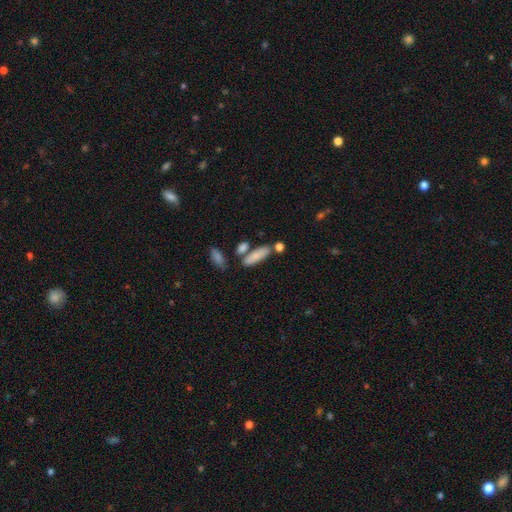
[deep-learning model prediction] The model was most divided on "how rounded": in between: 53%, cigar-shaped: 45%, round: 3%. More confident: smooth or featured — smooth (81%); merging — none (64%).